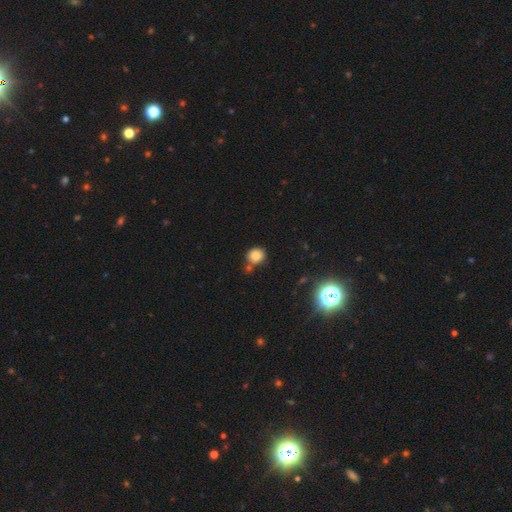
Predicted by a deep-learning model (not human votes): The model was most divided on "merging": none: 69%, merger: 15%, minor disturbance: 12%, major disturbance: 3%. More confident: how rounded — round (84%); smooth or featured — smooth (82%).